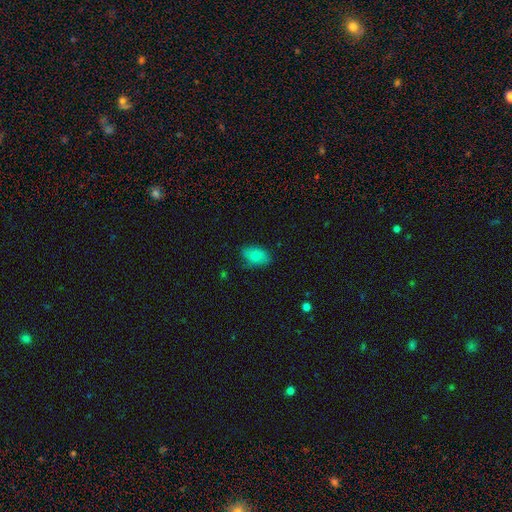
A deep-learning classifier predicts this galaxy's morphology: smooth-or-featured: smooth: 75% | featured or disk: 16% | star or artifact: 9%
  how-rounded: in between: 85% | round: 13% | cigar-shaped: 2%
  merging: none: 74% | minor disturbance: 21% | major disturbance: 4% | merger: 1%